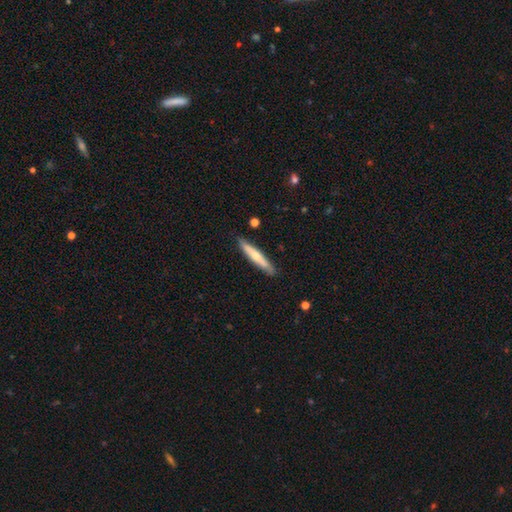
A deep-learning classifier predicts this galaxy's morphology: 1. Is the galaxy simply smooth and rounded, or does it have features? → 58% smooth, 37% featured or disk, 5% star or artifact.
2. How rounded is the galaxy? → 92% cigar-shaped, 7% in between, 1% round.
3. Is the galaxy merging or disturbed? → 86% none, 11% minor disturbance, 2% major disturbance, 2% merger.